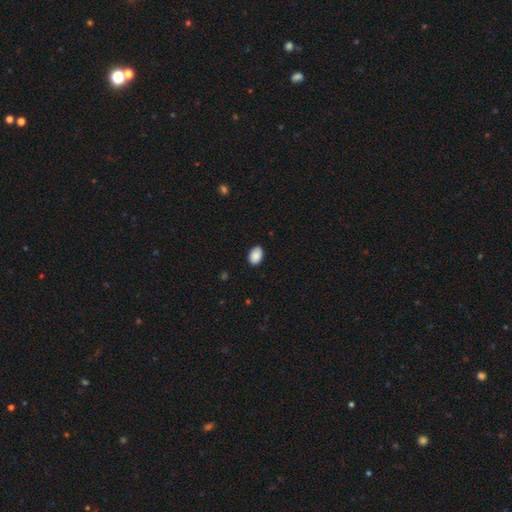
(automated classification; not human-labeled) This appears to be a smooth galaxy with no disk features (89%) that is in between round and cigar-shaped (85%). Merging: none (83%).